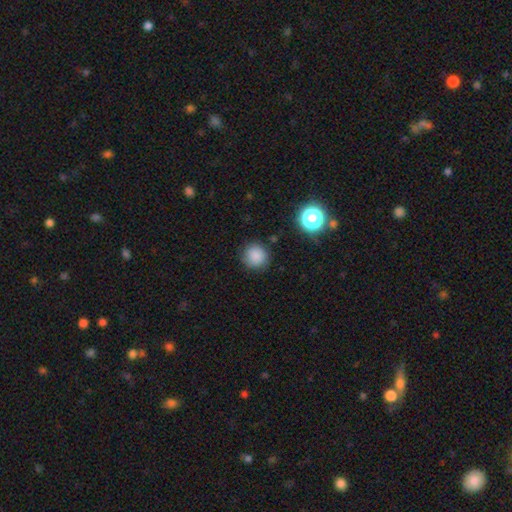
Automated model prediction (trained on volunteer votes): A smooth galaxy with no disk features (84%) that is round (93%).

Vote fractions:
- Smooth or featured? smooth: 84% / star or artifact: 11% / featured or disk: 5%
- How rounded? round: 93% / in between: 6% / cigar-shaped: 1%
- Merging? none: 86% / minor disturbance: 10% / major disturbance: 3% / merger: 2%